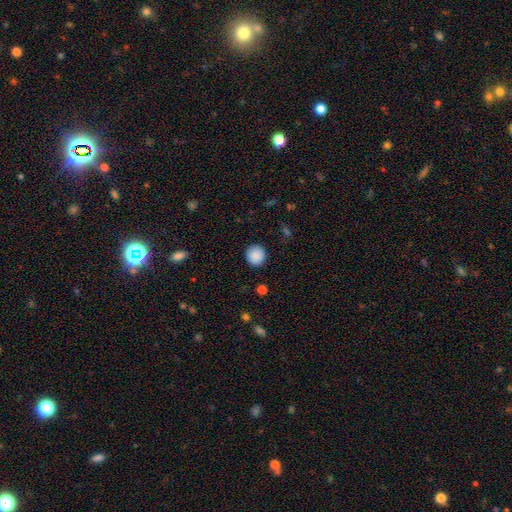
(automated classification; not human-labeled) The model was most divided on "smooth or featured": smooth: 89%, star or artifact: 8%, featured or disk: 3%. More confident: how rounded — round (90%); merging — none (90%).